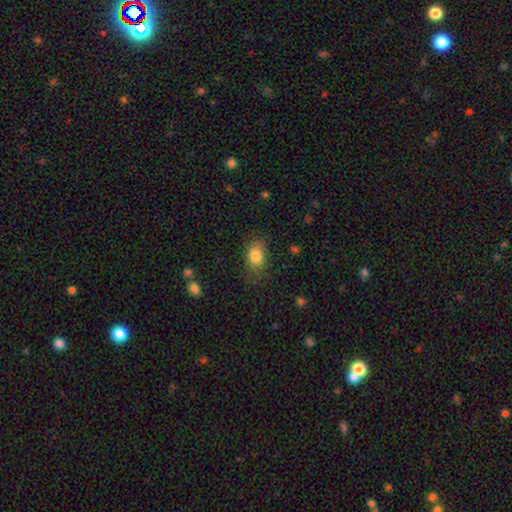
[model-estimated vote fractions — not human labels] This is clearly a smooth galaxy (83%). How rounded: likely in between (75%). Merging: likely none (70%).